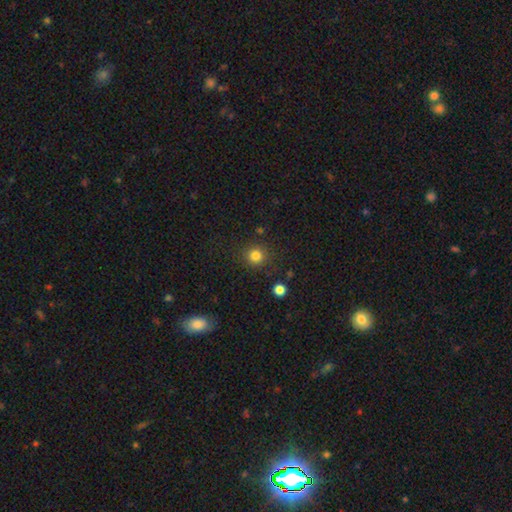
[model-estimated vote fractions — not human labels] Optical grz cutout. It shows a smooth galaxy with no disk features (82%) that is round (92%). Merging: none (88%).